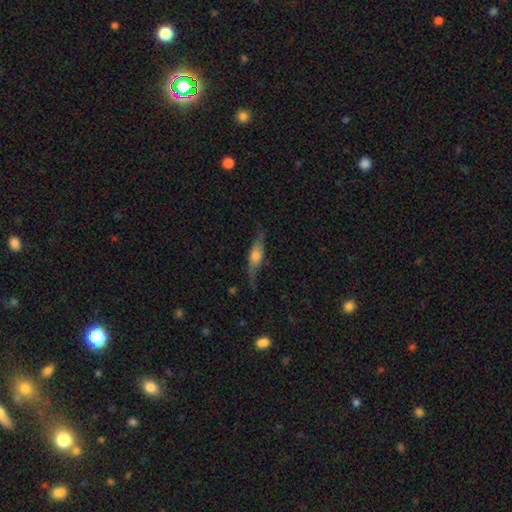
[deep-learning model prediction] featured or disk 53%, smooth 40%, star or artifact 7%. Down the decision tree: edge-on disk — yes (67%); merging — none (63%).